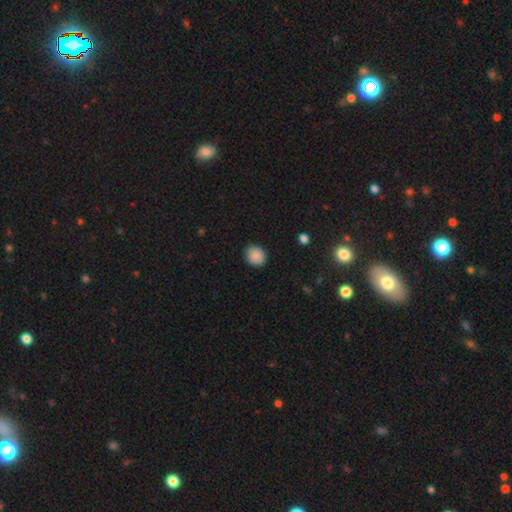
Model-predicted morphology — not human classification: This appears to be a smooth galaxy with no disk features (88%) that is round (74%). Merging: none (87%).